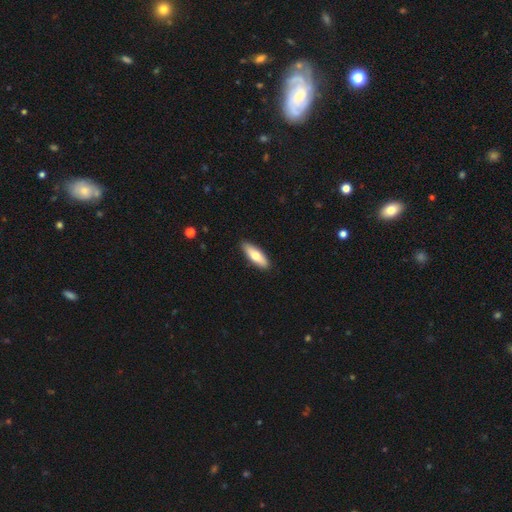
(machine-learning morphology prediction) This is likely a smooth galaxy (67%). How rounded: possibly in between (51%). Merging: clearly none (90%).